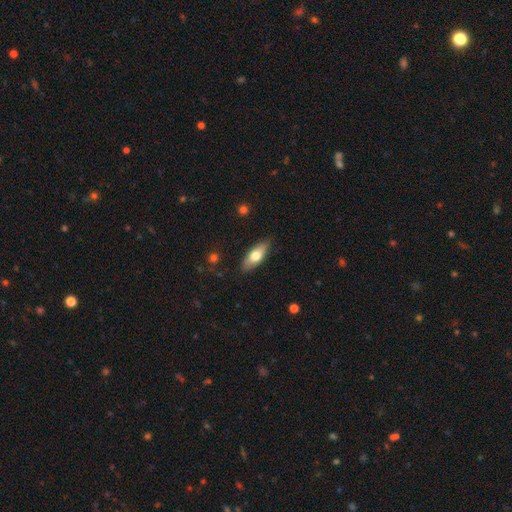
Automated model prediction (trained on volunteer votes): Smooth or featured? smooth (67%)
How rounded? in between (71%)
Merging? none (85%)